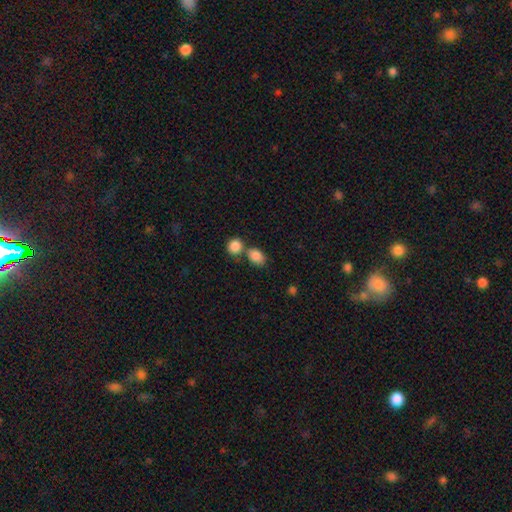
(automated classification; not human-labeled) Smooth or featured: smooth — 85% (star or artifact — 9%)
How rounded: in between — 68% (round — 30%)
Merging: none — 47% (merger — 40%)